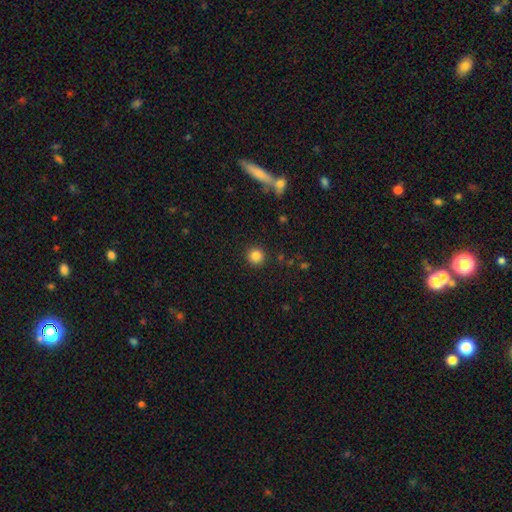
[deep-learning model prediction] smooth-or-featured: smooth: 85% | star or artifact: 11% | featured or disk: 4%
  how-rounded: round: 94% | in between: 5% | cigar-shaped: 1%
  merging: none: 91% | minor disturbance: 5% | major disturbance: 2% | merger: 1%